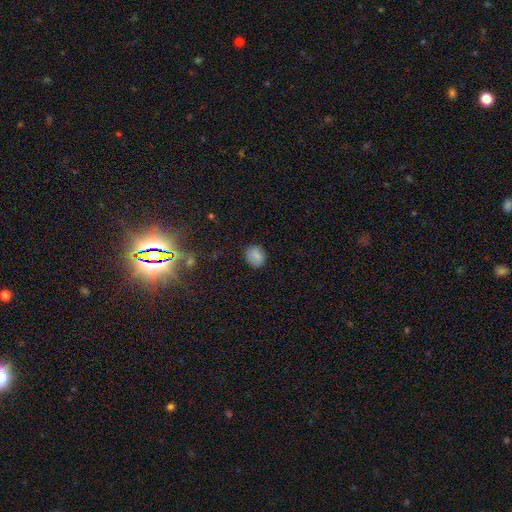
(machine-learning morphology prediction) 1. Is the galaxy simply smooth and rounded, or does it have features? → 81% smooth, 10% star or artifact, 9% featured or disk.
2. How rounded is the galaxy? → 68% round, 31% in between, 1% cigar-shaped.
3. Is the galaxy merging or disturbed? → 82% none, 13% minor disturbance, 3% major disturbance, 1% merger.